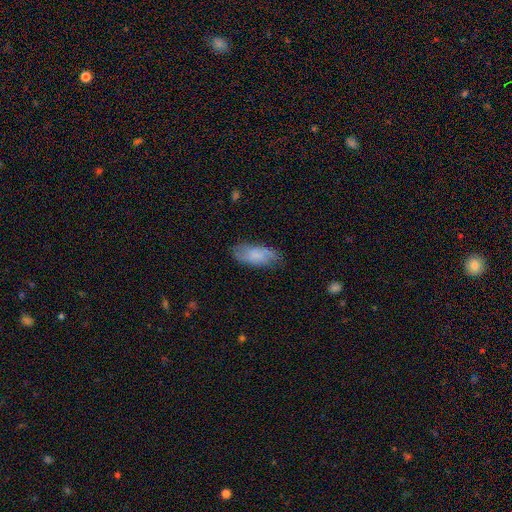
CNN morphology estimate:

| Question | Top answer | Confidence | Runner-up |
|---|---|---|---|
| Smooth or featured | smooth | 69% | featured or disk (23%) |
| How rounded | in between | 85% | cigar-shaped (12%) |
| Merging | none | 72% | minor disturbance (21%) |